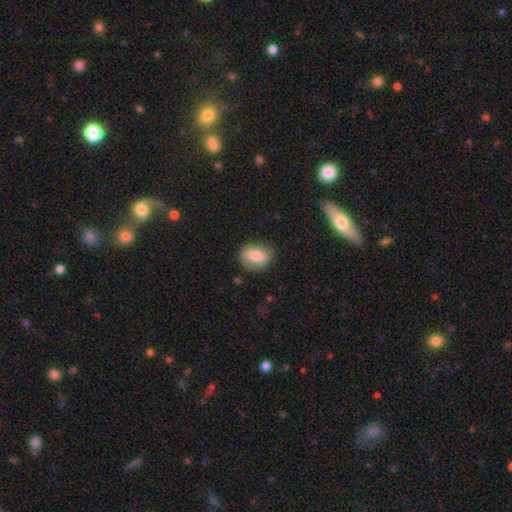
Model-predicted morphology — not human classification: A smooth galaxy with no disk features (75%) that is in between round and cigar-shaped (56%). Merging: none (72%).